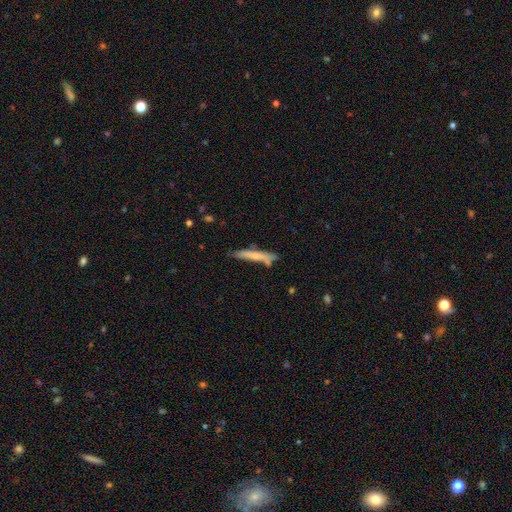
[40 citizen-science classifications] Q: Smooth or featured?
A: smooth (55%); runner-up: featured or disk (42%)
Q: How rounded?
A: cigar-shaped (100%)
Q: Merging?
A: none (72%); runner-up: minor disturbance (23%)